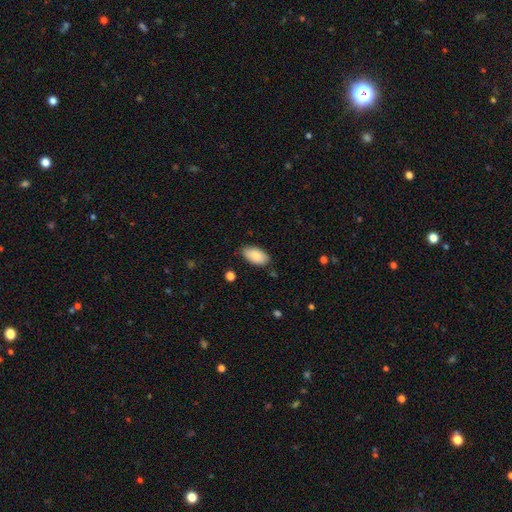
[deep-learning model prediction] smooth_or_featured: smooth (p=0.85) [alt: featured or disk p=0.09]
how_rounded: in between (p=0.95) [alt: round p=0.03]
merging: none (p=0.82) [alt: minor disturbance p=0.14]